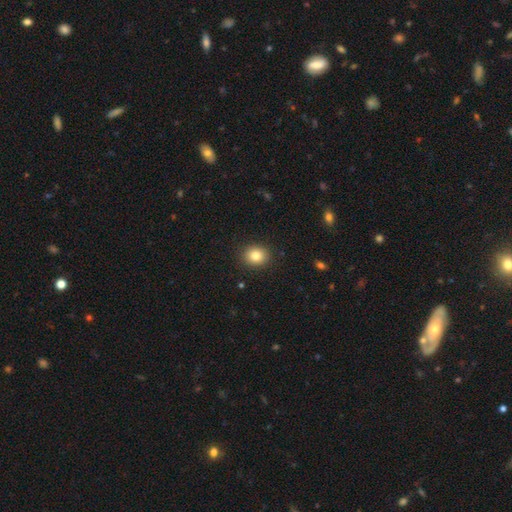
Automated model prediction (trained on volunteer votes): This appears to be a smooth galaxy with no disk features (83%) that is round (74%). Merging: none (90%).